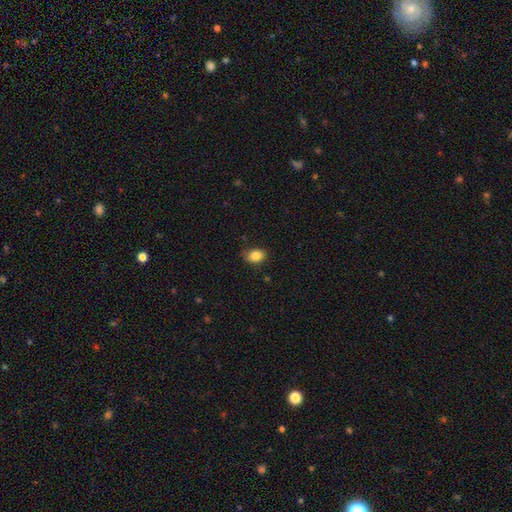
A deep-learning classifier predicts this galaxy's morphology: The model was most divided on "how rounded": in between: 71%, round: 28%, cigar-shaped: 1%. More confident: smooth or featured — smooth (85%); merging — none (75%).